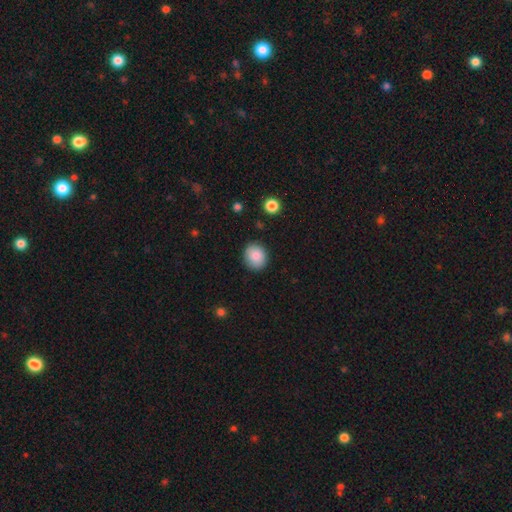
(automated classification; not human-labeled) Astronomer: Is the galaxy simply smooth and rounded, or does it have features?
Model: smooth — 86%.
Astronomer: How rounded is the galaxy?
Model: round — 70%.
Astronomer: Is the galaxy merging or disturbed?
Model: none — 87%.